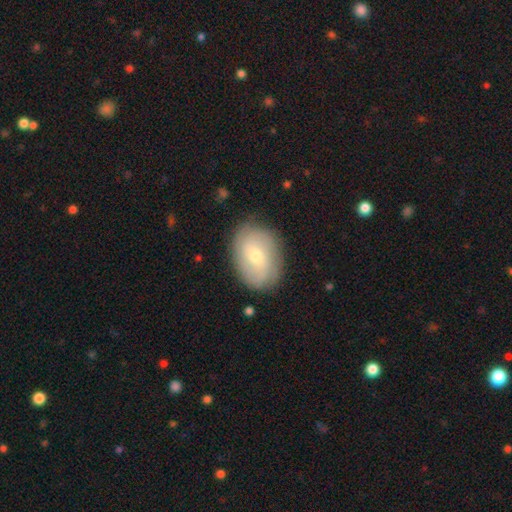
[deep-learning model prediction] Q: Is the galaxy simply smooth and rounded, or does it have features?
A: featured or disk — 50%.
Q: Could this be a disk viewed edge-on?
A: no — 95%.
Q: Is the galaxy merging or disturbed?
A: none — 80%.